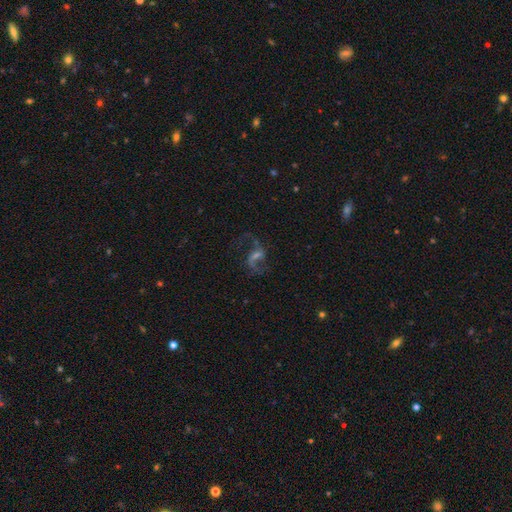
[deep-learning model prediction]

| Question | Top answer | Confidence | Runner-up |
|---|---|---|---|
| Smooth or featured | featured or disk | 81% | star or artifact (11%) |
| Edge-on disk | no | 97% | yes (3%) |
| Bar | weak | 52% | strong (25%) |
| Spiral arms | yes | 94% | no (6%) |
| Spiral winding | loose | 66% | medium (29%) |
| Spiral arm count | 2 | 90% | 1 (4%) |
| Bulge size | small | 44% | moderate (29%) |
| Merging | none | 71% | major disturbance (14%) |